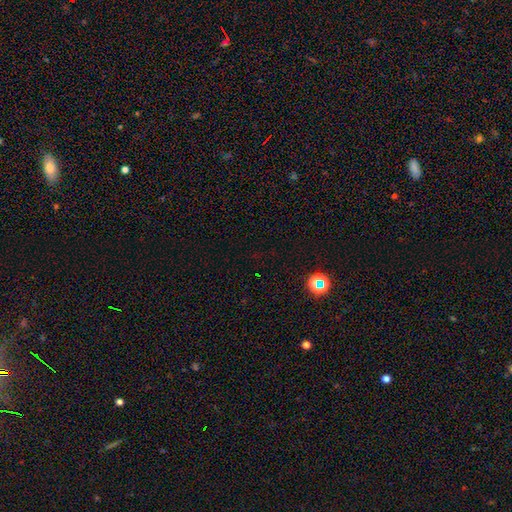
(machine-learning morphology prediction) Smooth or featured? star or artifact (72%)